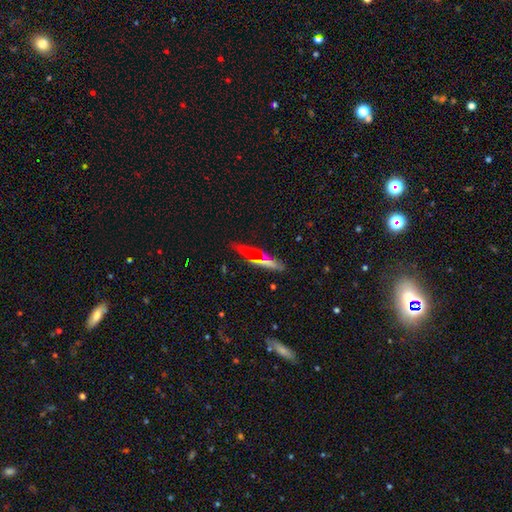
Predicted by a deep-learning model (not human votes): This appears to be a smooth galaxy with no disk features (56%) that is cigar-shaped (79%). Merging: none (79%).